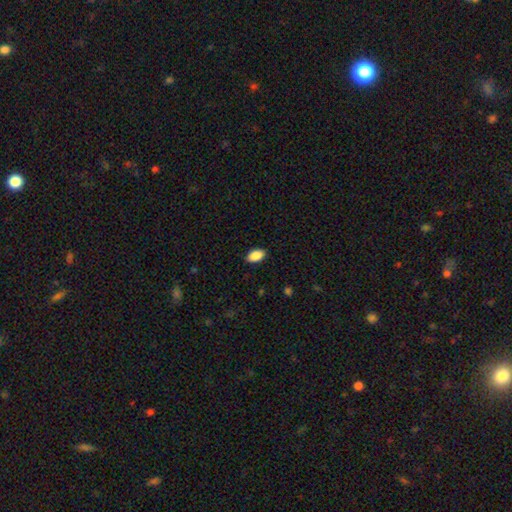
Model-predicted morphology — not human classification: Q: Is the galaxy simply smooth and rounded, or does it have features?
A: smooth — 89%.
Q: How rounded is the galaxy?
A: in between — 93%.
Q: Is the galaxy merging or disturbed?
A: none — 88%.